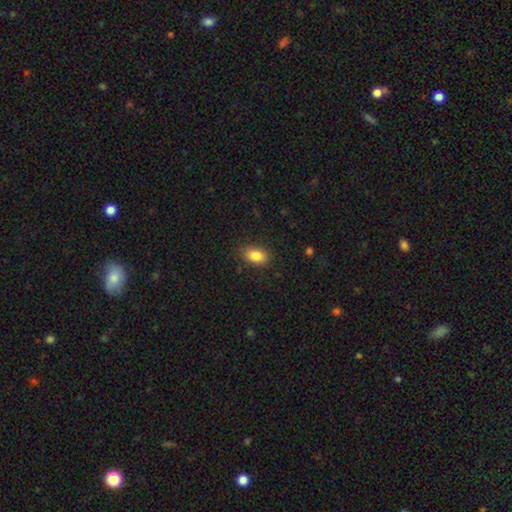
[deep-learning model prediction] This is clearly a smooth galaxy (86%). How rounded: clearly in between (87%). Merging: clearly none (85%).